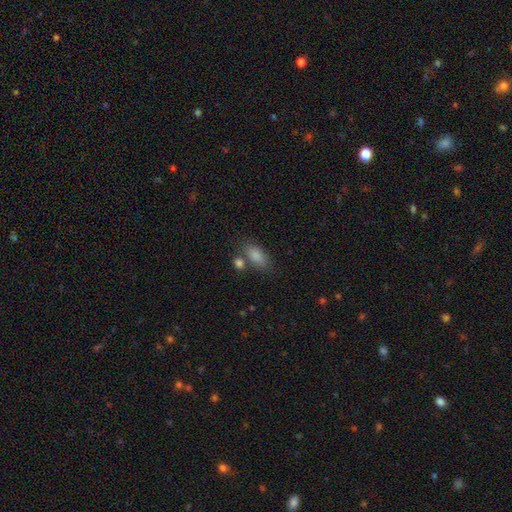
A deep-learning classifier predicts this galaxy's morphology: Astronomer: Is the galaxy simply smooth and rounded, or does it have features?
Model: smooth — 86%.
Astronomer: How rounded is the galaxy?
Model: in between — 89%.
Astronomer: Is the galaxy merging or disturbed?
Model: none — 64%.